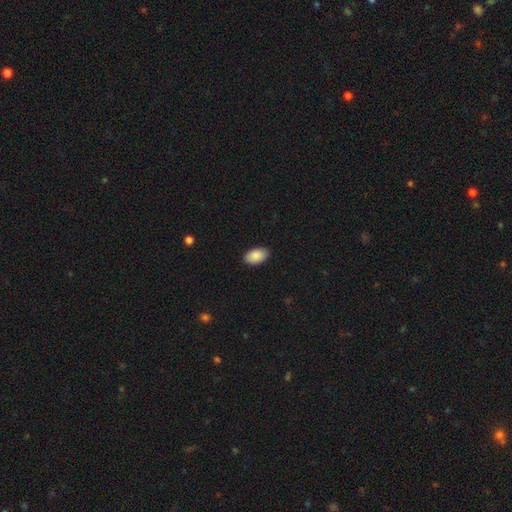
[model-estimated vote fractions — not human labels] smooth 88%, star or artifact 7%, featured or disk 5%. Down the decision tree: how rounded — in between (94%); merging — none (87%).